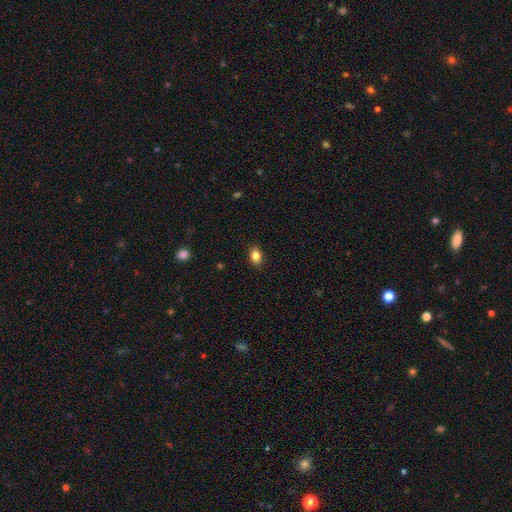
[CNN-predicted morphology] Smooth or featured?
  - smooth: 84% *
  - star or artifact: 10%
  - featured or disk: 6%
How rounded?
  - in between: 69% *
  - round: 30%
  - cigar-shaped: 1%
Merging?
  - none: 88% *
  - minor disturbance: 9%
  - major disturbance: 2%
  - merger: 1%